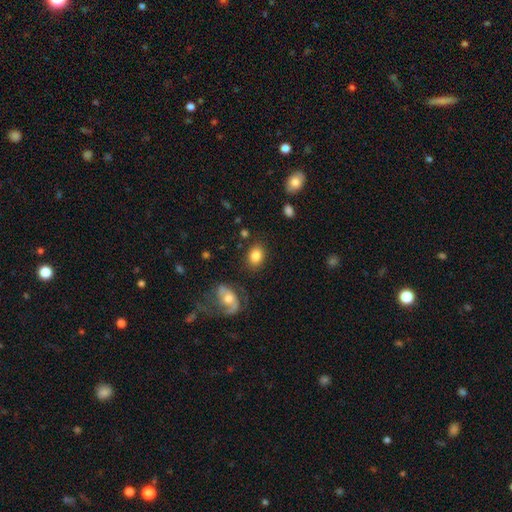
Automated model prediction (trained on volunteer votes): smooth-or-featured: smooth: 82% | featured or disk: 10% | star or artifact: 8%
  how-rounded: in between: 64% | round: 35% | cigar-shaped: 1%
  merging: none: 81% | minor disturbance: 11% | major disturbance: 4% | merger: 3%